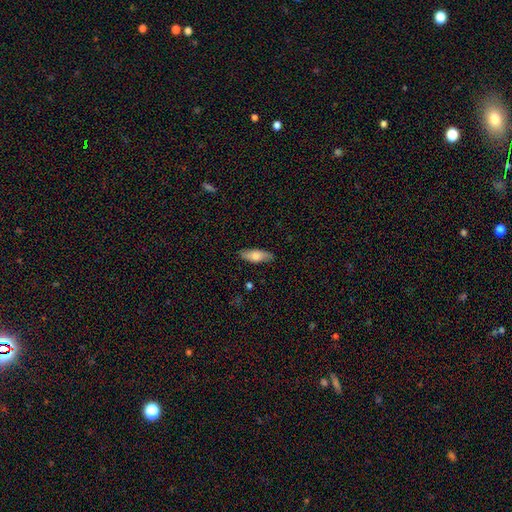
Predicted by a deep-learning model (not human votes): Morphology: type=smooth (74%); roundness=in between (68%); merging=none (85%).